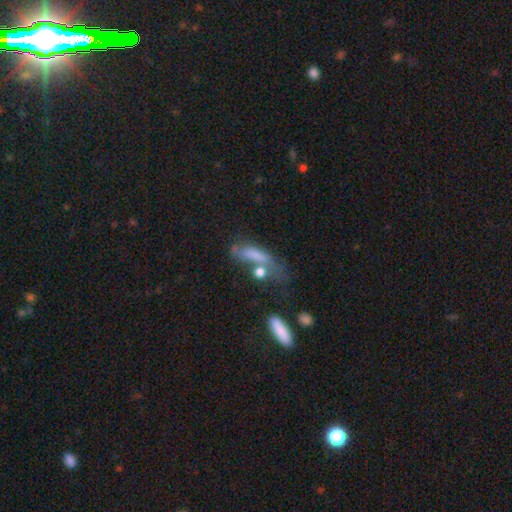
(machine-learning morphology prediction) Smooth or featured?
  - smooth: 67% *
  - featured or disk: 22%
  - star or artifact: 11%
How rounded?
  - cigar-shaped: 53% *
  - in between: 39%
  - round: 7%
Merging?
  - none: 34% *
  - merger: 23%
  - major disturbance: 22%
  - minor disturbance: 21%